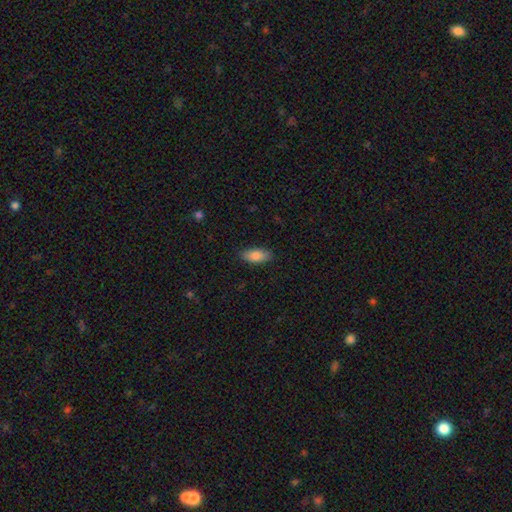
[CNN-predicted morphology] Smooth or featured? smooth (85%)
How rounded? in between (87%)
Merging? none (88%)